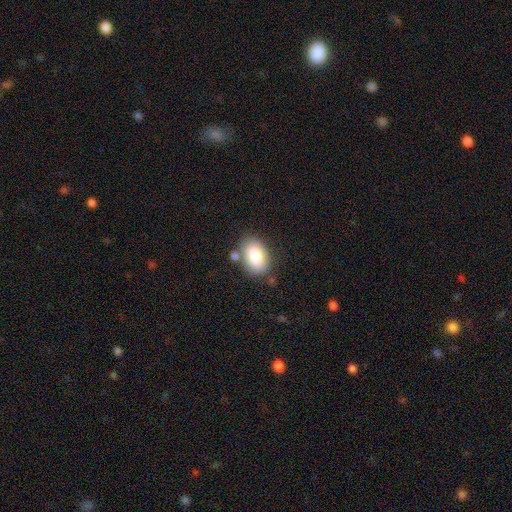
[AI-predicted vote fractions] Smooth or featured? Predicted: smooth (p=0.84). How rounded? Predicted: in between (p=0.86). Merging? Predicted: none (p=0.73).